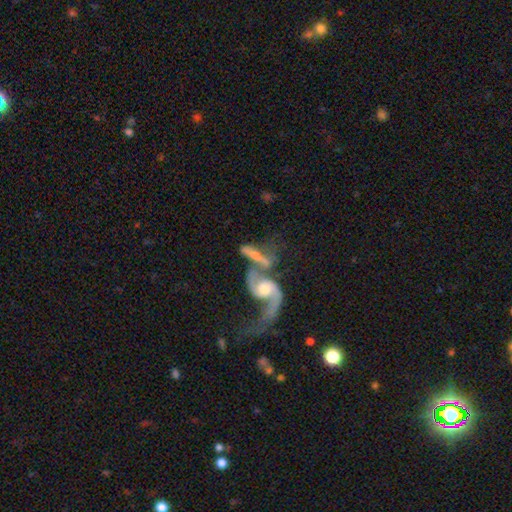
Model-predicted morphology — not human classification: Smooth or featured?
  - featured or disk: 68% *
  - smooth: 25%
  - star or artifact: 7%
Edge-on disk?
  - no: 86% *
  - yes: 14%
Bar?
  - no: 53% *
  - weak: 35%
  - strong: 12%
Spiral arms?
  - yes: 84% *
  - no: 16%
Bulge size?
  - moderate: 49% *
  - small: 28%
  - none: 11%
  - large: 10%
  - dominant: 2%
Merging?
  - merger: 60% *
  - none: 18%
  - major disturbance: 12%
  - minor disturbance: 9%